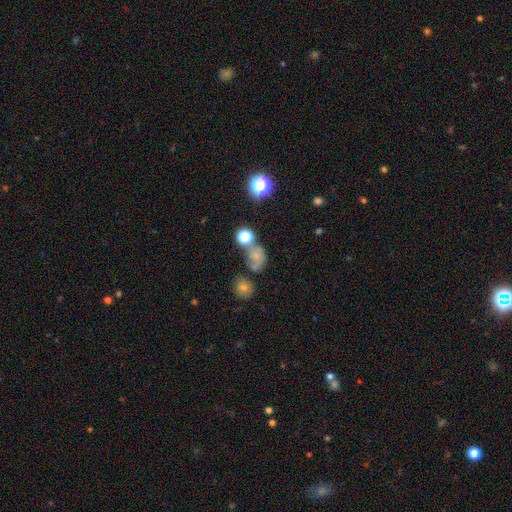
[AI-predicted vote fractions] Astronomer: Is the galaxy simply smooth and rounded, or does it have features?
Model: smooth — 60%.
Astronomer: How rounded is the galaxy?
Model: round — 51% (runner-up: in between, 47%).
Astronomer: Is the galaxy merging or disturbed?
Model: none — 39% (runner-up: merger, 32%).